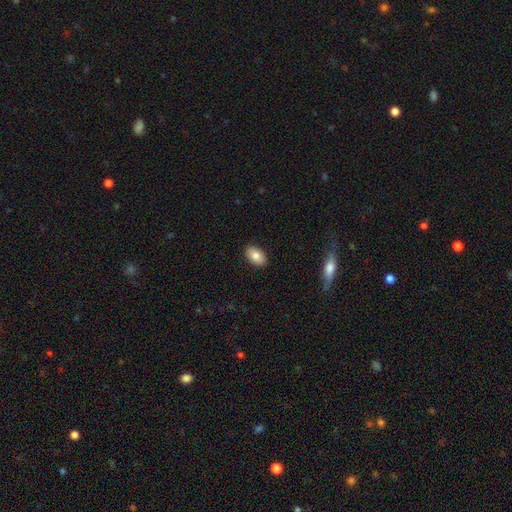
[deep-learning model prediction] This is clearly a smooth galaxy (83%). How rounded: clearly in between (93%). Merging: clearly none (89%).